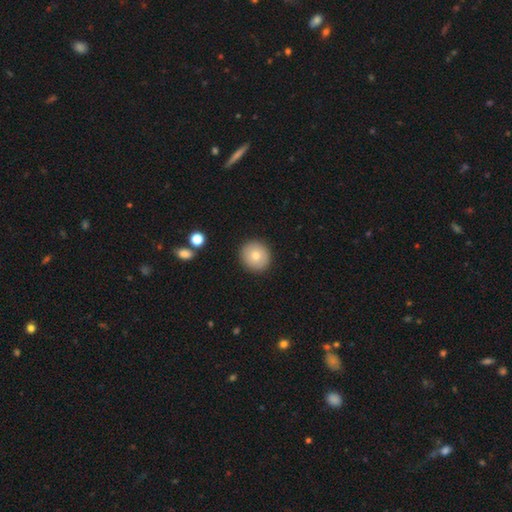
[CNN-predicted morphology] smooth-or-featured: smooth: 77% | featured or disk: 14% | star or artifact: 9%
  how-rounded: round: 91% | in between: 8% | cigar-shaped: 1%
  merging: none: 91% | minor disturbance: 6% | major disturbance: 2% | merger: 1%